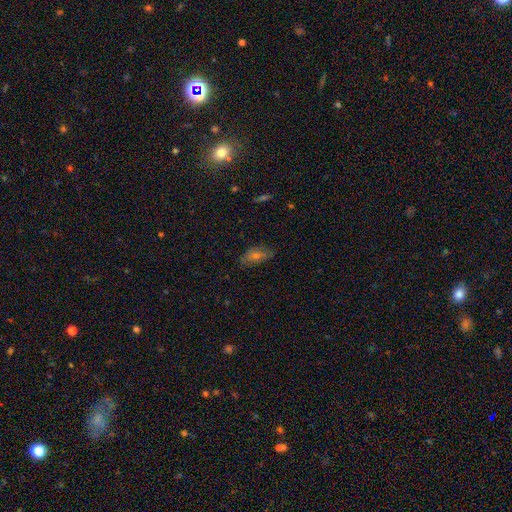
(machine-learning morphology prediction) A smooth galaxy with no disk features (48%).

Vote fractions:
- Smooth or featured? smooth: 48% / featured or disk: 31% / star or artifact: 21%
- Merging? none: 73% / minor disturbance: 20% / major disturbance: 6% / merger: 2%